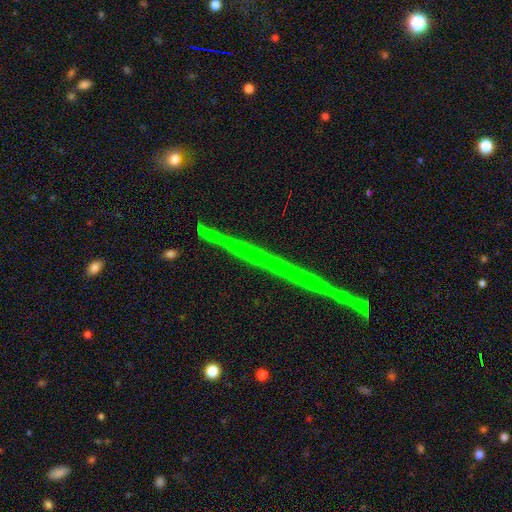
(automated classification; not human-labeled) Smooth or featured: star or artifact — 60% (featured or disk — 29%)